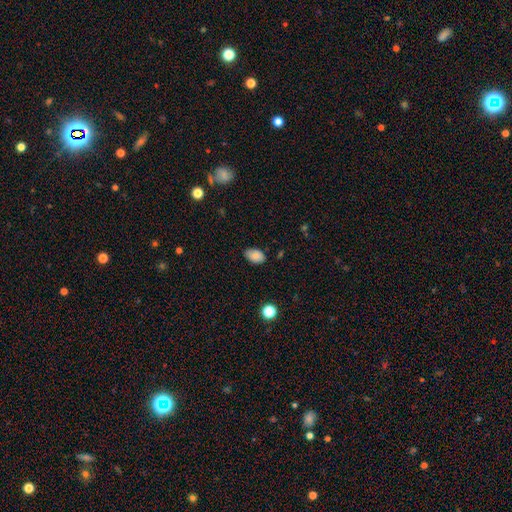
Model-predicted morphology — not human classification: Smooth or featured? Predicted: smooth (p=0.85). How rounded? Predicted: in between (p=0.89). Merging? Predicted: none (p=0.81).